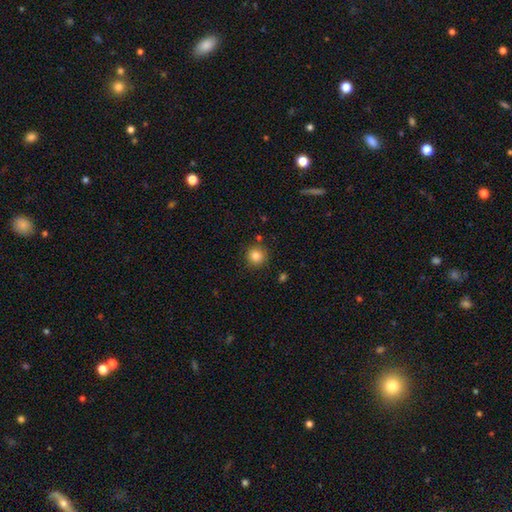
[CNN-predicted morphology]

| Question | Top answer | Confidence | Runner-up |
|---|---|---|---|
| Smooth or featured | smooth | 84% | star or artifact (11%) |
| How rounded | round | 93% | in between (6%) |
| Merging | none | 85% | minor disturbance (9%) |